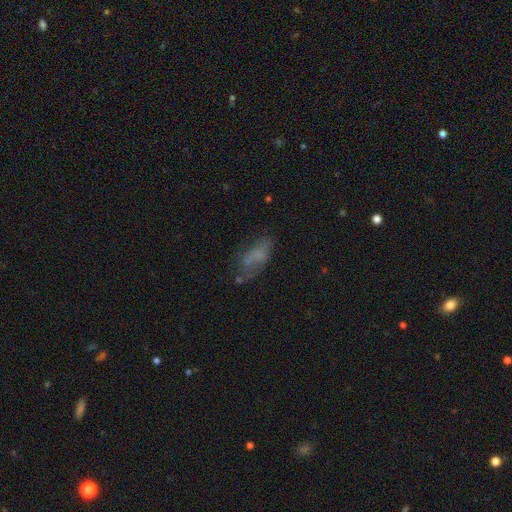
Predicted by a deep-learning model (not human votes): This appears to be a smooth galaxy with no disk features (51%) that is in between round and cigar-shaped (79%). Merging: none (45%).